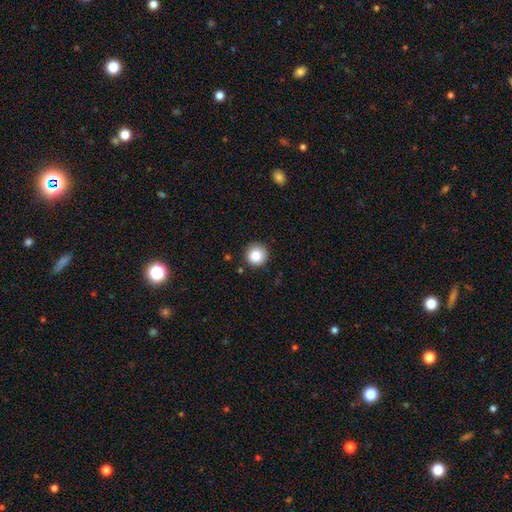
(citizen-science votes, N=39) A smooth galaxy with no disk features (85%) that is round (97%).

Vote fractions:
- Smooth or featured? smooth: 85% / featured or disk: 8% / star or artifact: 8%
- How rounded? round: 97% / in between: 3% / cigar-shaped: 0%
- Merging? none: 94% / major disturbance: 3% / merger: 3% / minor disturbance: 0%